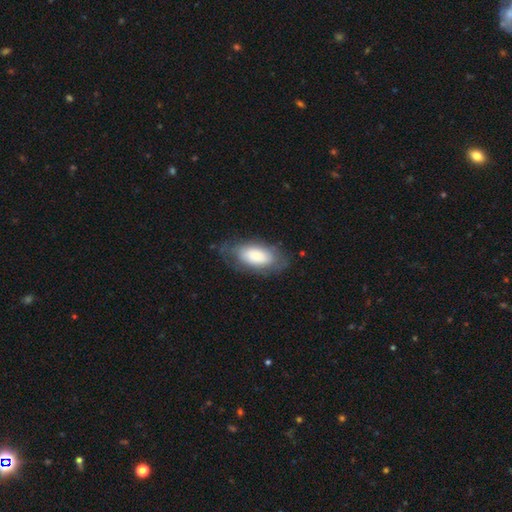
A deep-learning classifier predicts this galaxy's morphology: smooth 67%, featured or disk 27%, star or artifact 7%. Down the decision tree: how rounded — in between (91%); merging — none (70%).